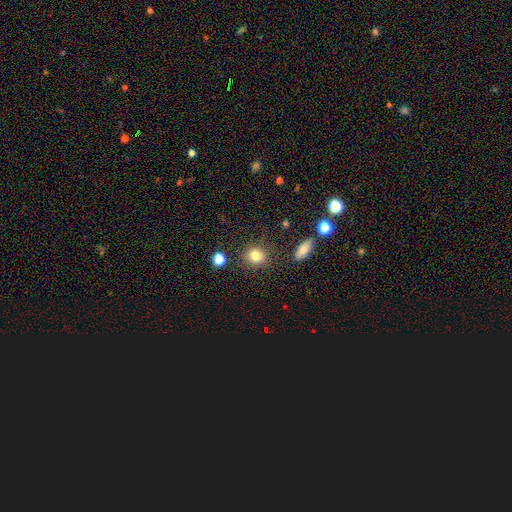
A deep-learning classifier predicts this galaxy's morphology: A smooth galaxy with no disk features (82%) that is round (78%). Merging: none (85%).